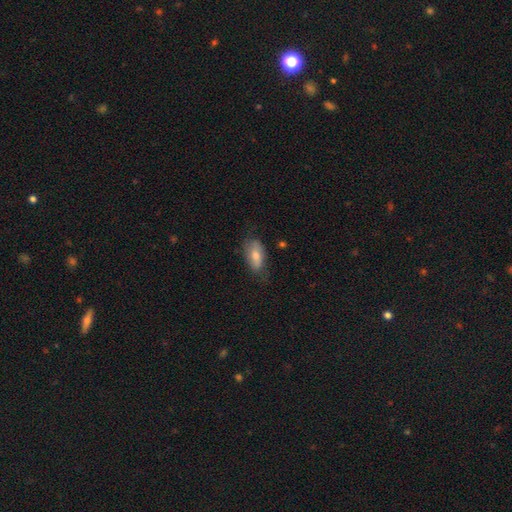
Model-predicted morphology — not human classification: A smooth galaxy with no disk features (66%) that is in between round and cigar-shaped (88%). Merging: none (67%).